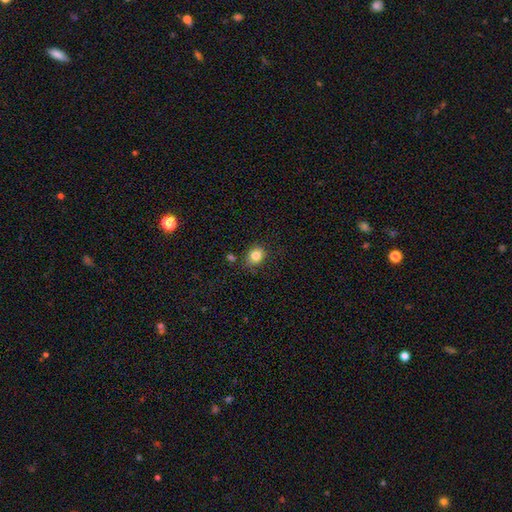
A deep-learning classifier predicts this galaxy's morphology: A smooth galaxy with no disk features (84%) that is round (62%). Merging: none (77%).